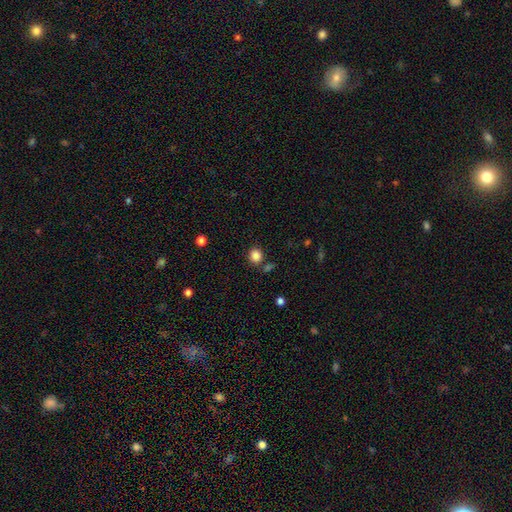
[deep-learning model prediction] Smooth or featured?
  - smooth: 85% *
  - star or artifact: 11%
  - featured or disk: 4%
How rounded?
  - round: 77% *
  - in between: 23%
  - cigar-shaped: 1%
Merging?
  - none: 78% *
  - minor disturbance: 10%
  - merger: 9%
  - major disturbance: 4%